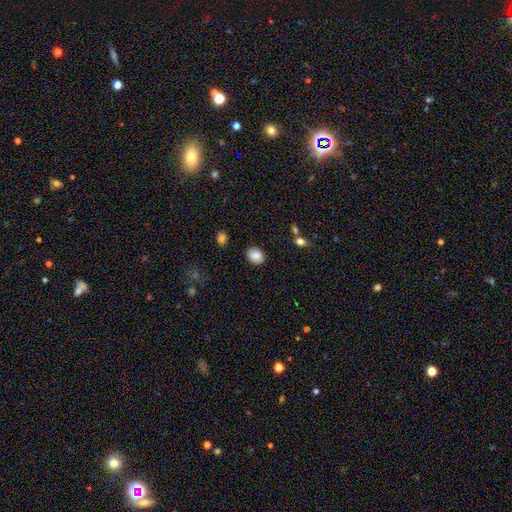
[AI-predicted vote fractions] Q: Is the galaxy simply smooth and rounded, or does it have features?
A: smooth — 86%.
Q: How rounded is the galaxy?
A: in between — 57%.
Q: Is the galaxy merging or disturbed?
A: none — 87%.